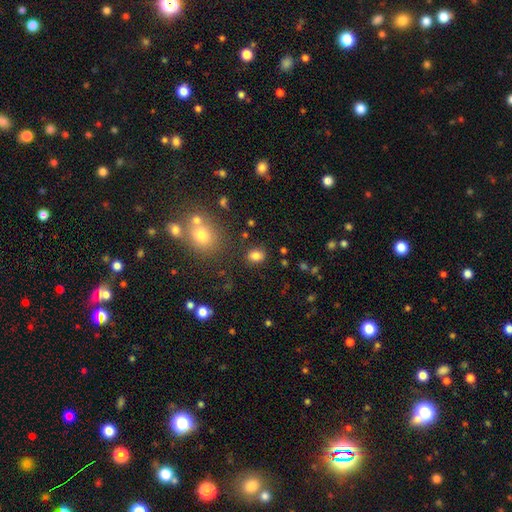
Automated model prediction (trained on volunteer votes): The model was most divided on "how rounded": in between: 57%, round: 41%, cigar-shaped: 1%. More confident: smooth or featured — smooth (81%); merging — none (81%).